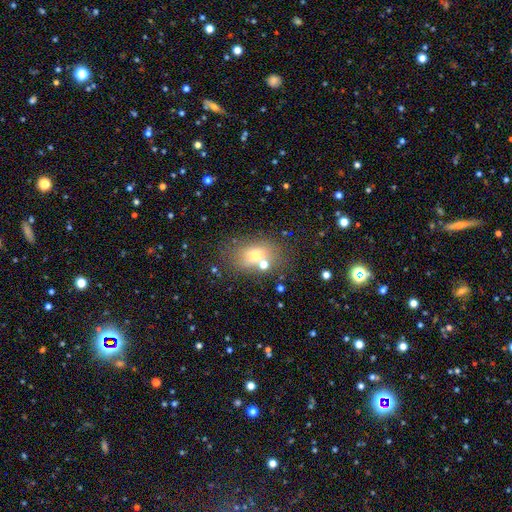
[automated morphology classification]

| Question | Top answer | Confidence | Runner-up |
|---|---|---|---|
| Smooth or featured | smooth | 63% | featured or disk (22%) |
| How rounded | in between | 70% | round (28%) |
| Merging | none | 63% | merger (16%) |